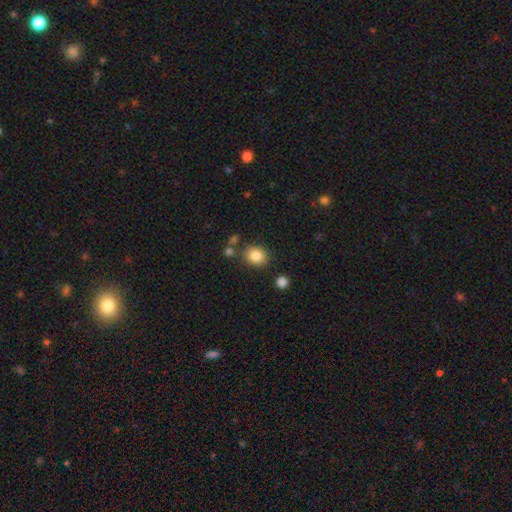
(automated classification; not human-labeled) The model was most divided on "how rounded": round: 62%, in between: 37%, cigar-shaped: 1%. More confident: smooth or featured — smooth (84%); merging — none (79%).